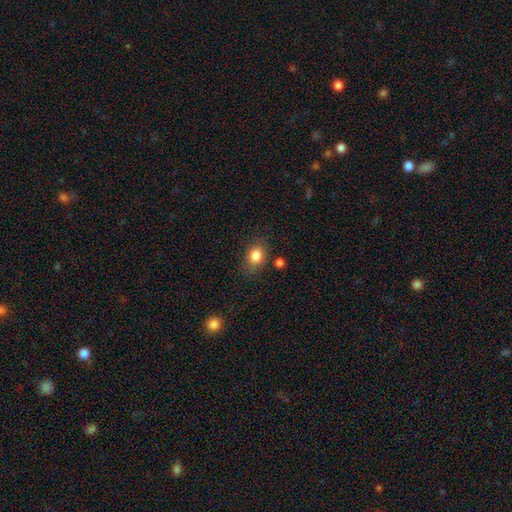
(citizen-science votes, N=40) A smooth galaxy with no disk features (82%) that is in between round and cigar-shaped (73%).

Vote fractions:
- Smooth or featured? smooth: 82% / star or artifact: 12% / featured or disk: 5%
- How rounded? in between: 73% / round: 27% / cigar-shaped: 0%
- Merging? none: 69% / minor disturbance: 20% / major disturbance: 6% / merger: 6%